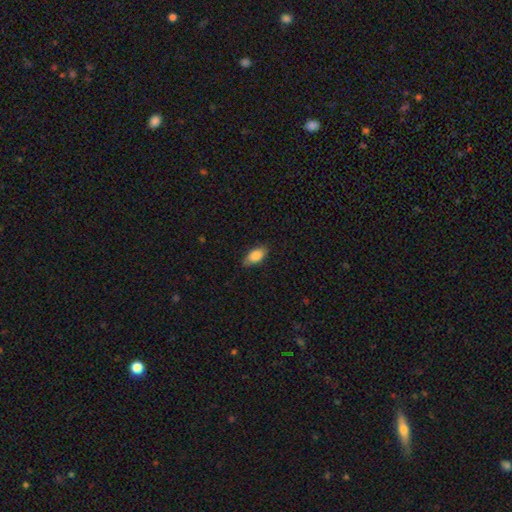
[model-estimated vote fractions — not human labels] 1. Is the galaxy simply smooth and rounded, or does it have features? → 85% smooth, 8% featured or disk, 7% star or artifact.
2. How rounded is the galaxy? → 89% in between, 7% cigar-shaped, 3% round.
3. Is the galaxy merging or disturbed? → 81% none, 15% minor disturbance, 3% major disturbance, 1% merger.